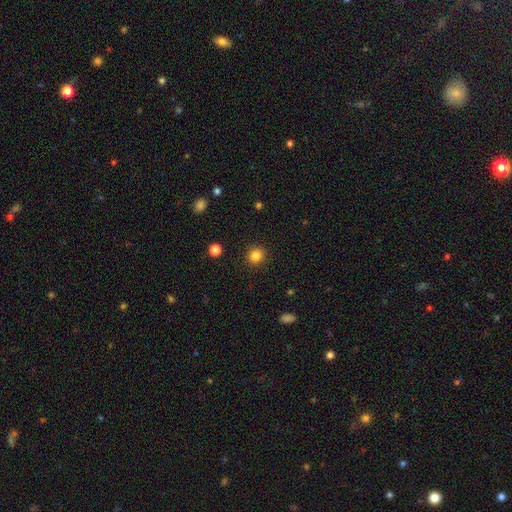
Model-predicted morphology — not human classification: This appears to be a smooth galaxy with no disk features (84%) that is round (88%). Merging: none (91%).